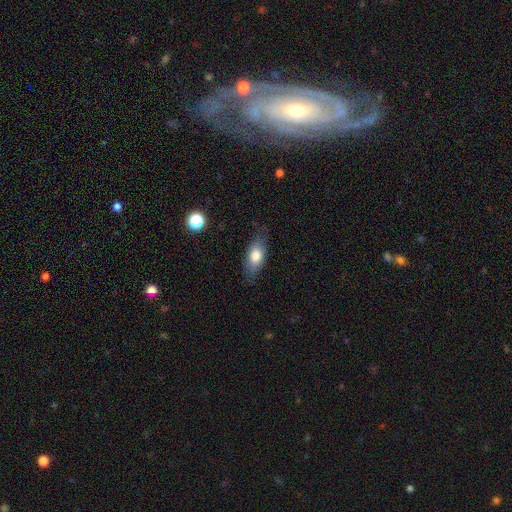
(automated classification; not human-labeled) This is likely a smooth galaxy (77%). How rounded: clearly in between (85%). Merging: likely none (77%).